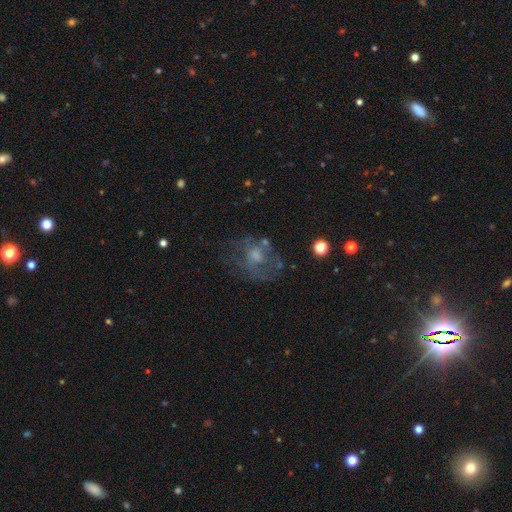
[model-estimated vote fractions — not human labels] This appears to be a featured or disk galaxy (51%). Merging: none (46%).